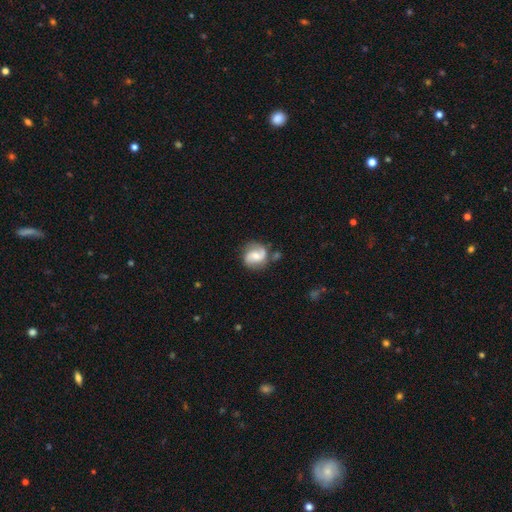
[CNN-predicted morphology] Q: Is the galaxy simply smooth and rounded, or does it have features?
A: featured or disk — 66%.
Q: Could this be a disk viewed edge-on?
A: no — 98%.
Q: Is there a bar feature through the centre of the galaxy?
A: no — 44%.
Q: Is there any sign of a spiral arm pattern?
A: yes — 91%.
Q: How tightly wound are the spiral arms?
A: medium — 45%.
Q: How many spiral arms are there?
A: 2 — 87%.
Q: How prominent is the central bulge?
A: moderate — 53%.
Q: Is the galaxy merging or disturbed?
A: none — 68%.